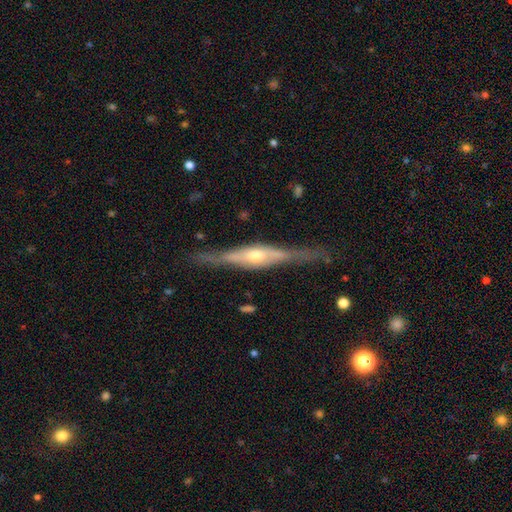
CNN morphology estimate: Overall: featured or disk (79%). Edge-on disk: yes (94%). Edge-on bulge: rounded (81%). Merging: none (79%).